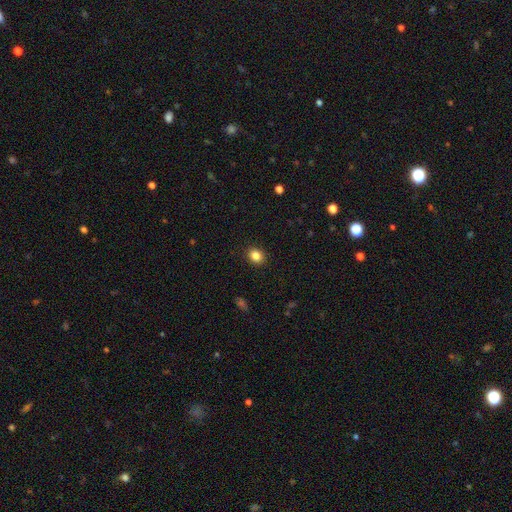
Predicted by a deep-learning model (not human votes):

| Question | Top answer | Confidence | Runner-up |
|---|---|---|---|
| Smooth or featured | smooth | 85% | star or artifact (10%) |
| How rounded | round | 61% | in between (38%) |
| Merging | none | 91% | minor disturbance (6%) |